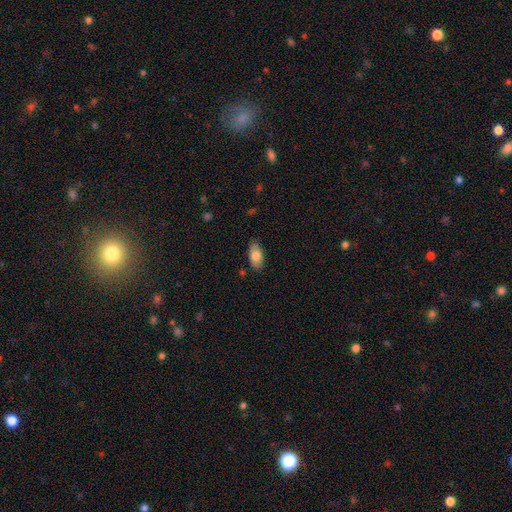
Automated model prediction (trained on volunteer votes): Smooth or featured?
  - smooth: 80% *
  - featured or disk: 13%
  - star or artifact: 7%
How rounded?
  - in between: 91% *
  - cigar-shaped: 6%
  - round: 3%
Merging?
  - none: 83% *
  - minor disturbance: 13%
  - major disturbance: 2%
  - merger: 1%